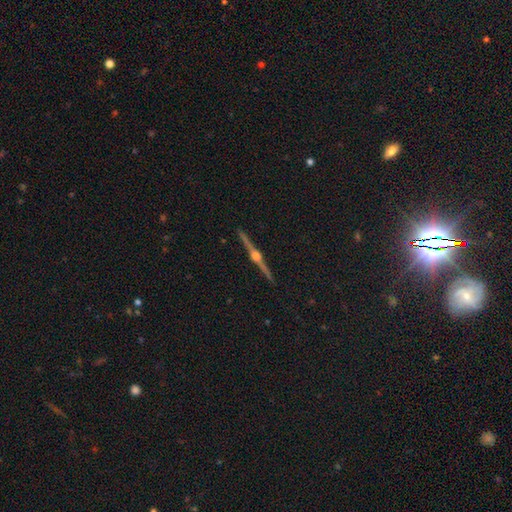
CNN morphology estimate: This is clearly a featured or disk galaxy (89%). It is clearly viewed edge-on (99%). Edge-on bulge: clearly rounded (94%). Merging: clearly none (94%).